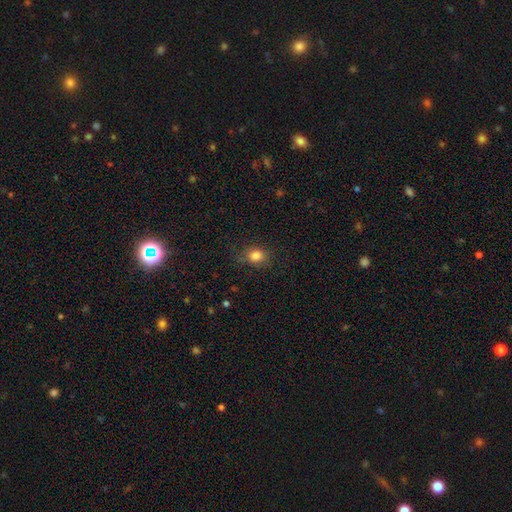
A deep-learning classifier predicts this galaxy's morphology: Smooth or featured? smooth (82%)
How rounded? round (58%)
Merging? none (74%)